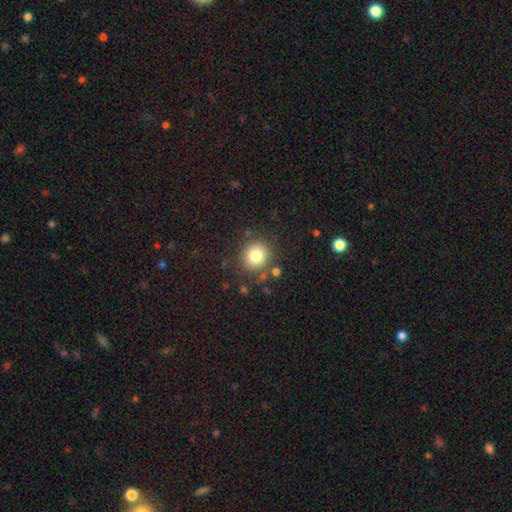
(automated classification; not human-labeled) smooth_or_featured: smooth (p=0.79) [alt: star or artifact p=0.12]
how_rounded: round (p=0.89) [alt: in between p=0.10]
merging: none (p=0.84) [alt: minor disturbance p=0.08]